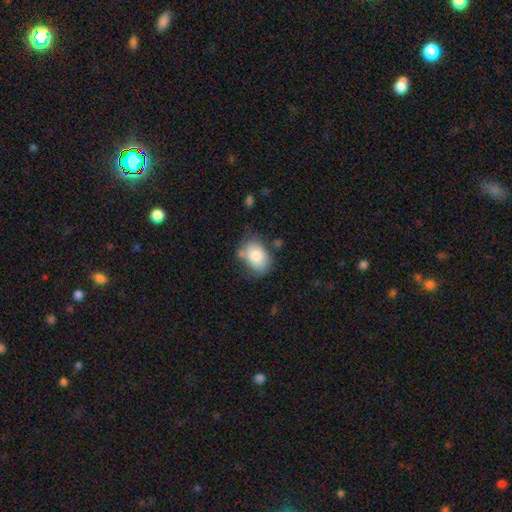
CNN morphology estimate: Smooth or featured? smooth (81%)
How rounded? in between (78%)
Merging? none (59%)